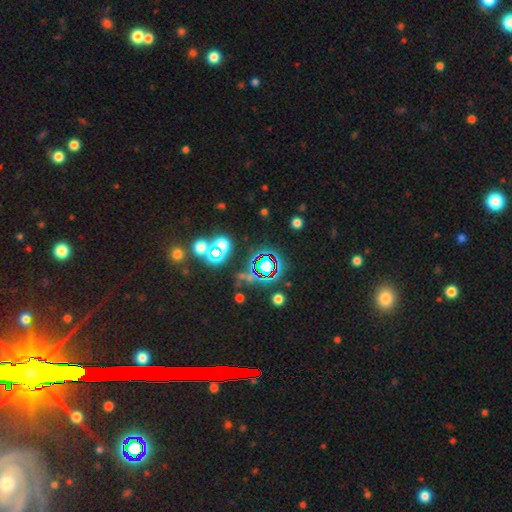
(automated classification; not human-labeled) Smooth or featured? Predicted: star or artifact (p=0.75).